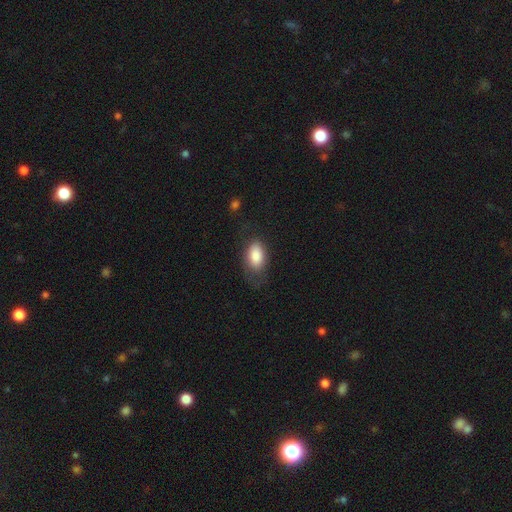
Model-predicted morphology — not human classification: The model was most divided on "merging": none: 61%, minor disturbance: 24%, major disturbance: 13%, merger: 2%. More confident: how rounded — in between (92%); smooth or featured — smooth (84%).